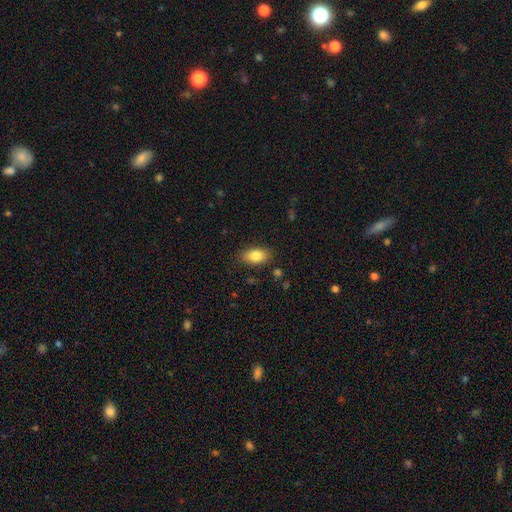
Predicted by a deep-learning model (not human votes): Smooth or featured? Predicted: smooth (p=0.83). How rounded? Predicted: in between (p=0.90). Merging? Predicted: none (p=0.85).